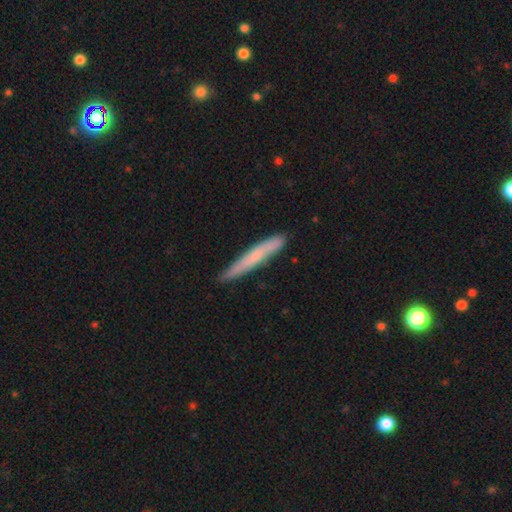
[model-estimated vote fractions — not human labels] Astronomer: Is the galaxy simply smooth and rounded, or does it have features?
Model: smooth — 61%.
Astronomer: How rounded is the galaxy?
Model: cigar-shaped — 96%.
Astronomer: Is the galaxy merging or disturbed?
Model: none — 82%.